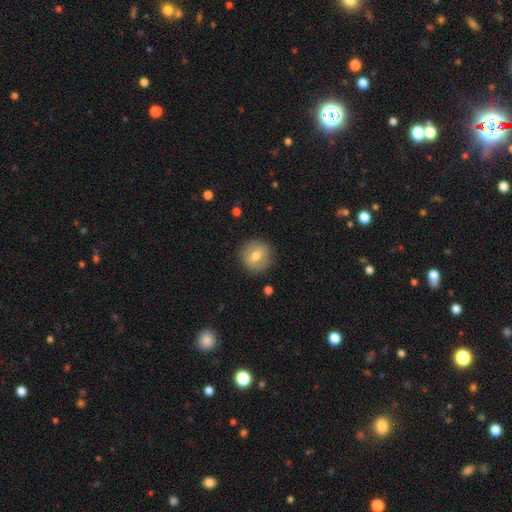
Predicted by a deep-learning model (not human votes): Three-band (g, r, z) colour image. It shows a smooth galaxy with no disk features (61%) that is round (91%). Merging: none (87%).